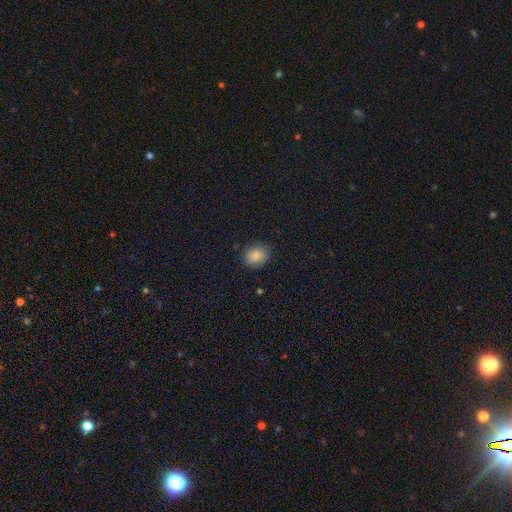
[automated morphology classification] Smooth or featured? smooth (84%)
How rounded? round (55%)
Merging? none (84%)